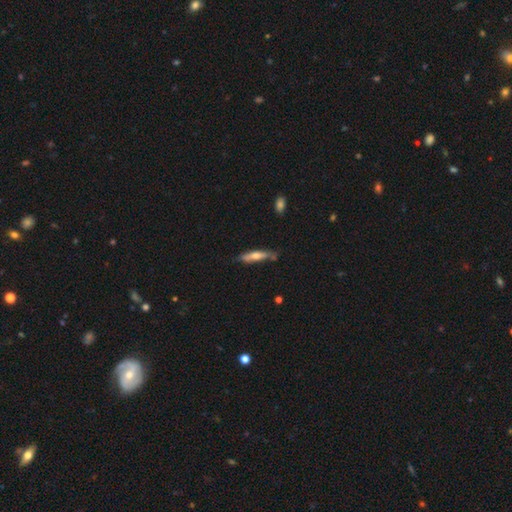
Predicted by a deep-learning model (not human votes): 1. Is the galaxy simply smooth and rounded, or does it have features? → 54% smooth, 40% featured or disk, 6% star or artifact.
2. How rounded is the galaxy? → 83% cigar-shaped, 15% in between, 2% round.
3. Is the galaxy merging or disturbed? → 68% none, 23% minor disturbance, 5% major disturbance, 5% merger.